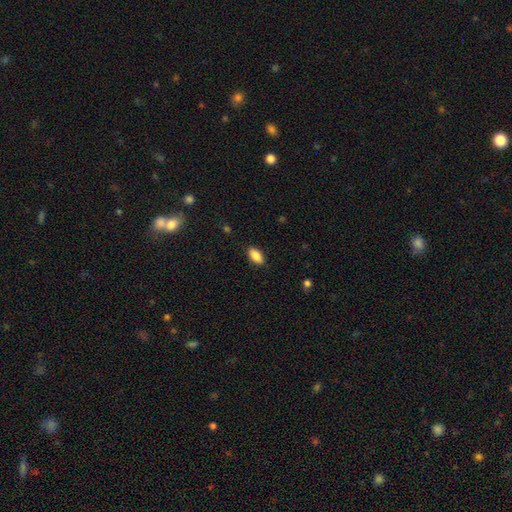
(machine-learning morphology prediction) Smooth or featured? smooth (88%)
How rounded? in between (92%)
Merging? none (87%)